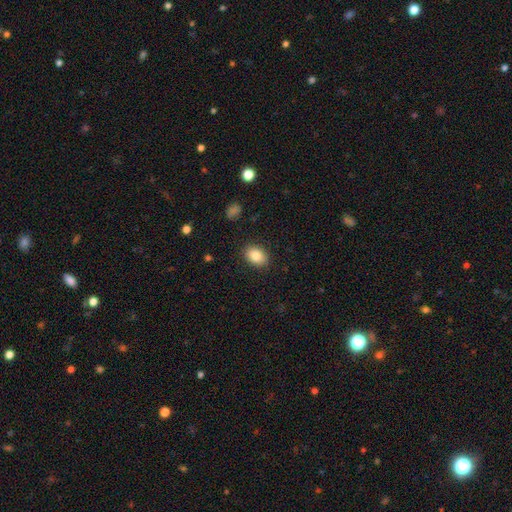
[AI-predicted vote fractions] Morphology: type=smooth (85%); roundness=in between (74%); merging=none (88%).